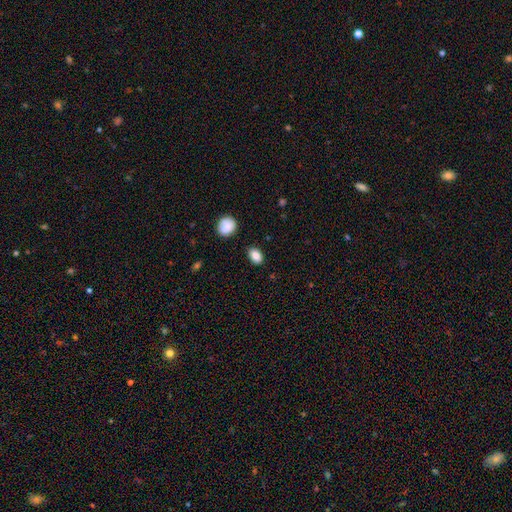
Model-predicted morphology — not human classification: smooth_or_featured: smooth (p=0.87) [alt: star or artifact p=0.09]
how_rounded: in between (p=0.80) [alt: round p=0.19]
merging: none (p=0.87) [alt: minor disturbance p=0.09]